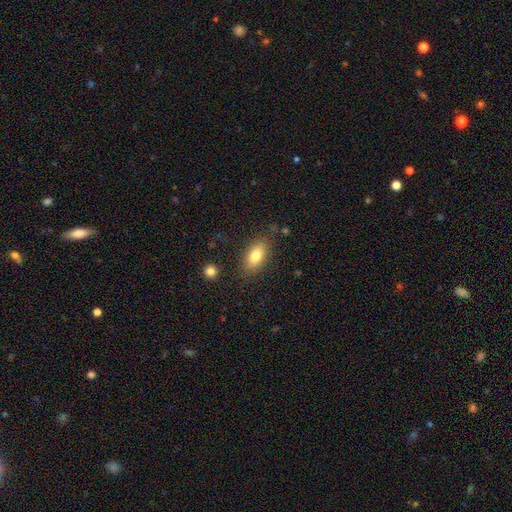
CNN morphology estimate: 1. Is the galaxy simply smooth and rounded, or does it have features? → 79% smooth, 13% featured or disk, 8% star or artifact.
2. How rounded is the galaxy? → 86% in between, 9% cigar-shaped, 5% round.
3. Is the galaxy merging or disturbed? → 81% none, 13% minor disturbance, 4% major disturbance, 2% merger.